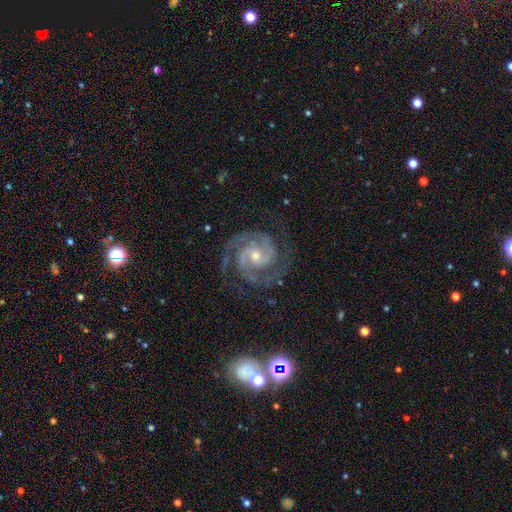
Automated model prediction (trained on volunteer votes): Smooth or featured?
  - featured or disk: 93% *
  - star or artifact: 4%
  - smooth: 2%
Edge-on disk?
  - no: 98% *
  - yes: 2%
Bar?
  - no: 55% *
  - weak: 34%
  - strong: 11%
Spiral arms?
  - yes: 99% *
  - no: 1%
Spiral winding?
  - tight: 58% *
  - medium: 38%
  - loose: 4%
Spiral arm count?
  - 2: 71% *
  - 3: 18%
  - can't tell: 3%
  - 4: 3%
  - 1: 2%
  - more than 4: 2%
Bulge size?
  - small: 50% *
  - moderate: 46%
  - large: 2%
  - none: 2%
  - dominant: 1%
Merging?
  - none: 79% *
  - minor disturbance: 14%
  - major disturbance: 6%
  - merger: 1%